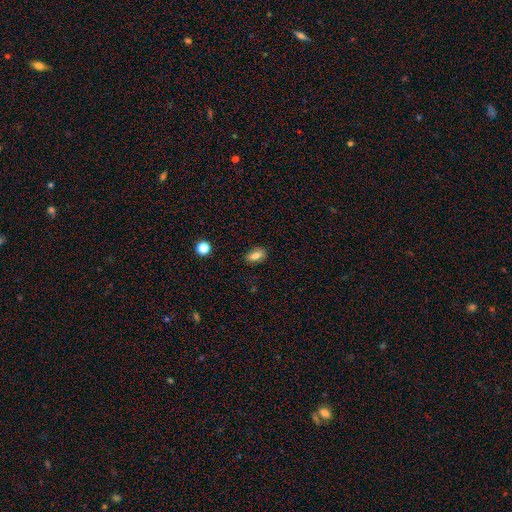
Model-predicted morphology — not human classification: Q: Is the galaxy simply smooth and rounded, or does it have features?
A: smooth — 78%.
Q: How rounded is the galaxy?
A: in between — 83%.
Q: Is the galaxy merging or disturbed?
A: none — 85%.